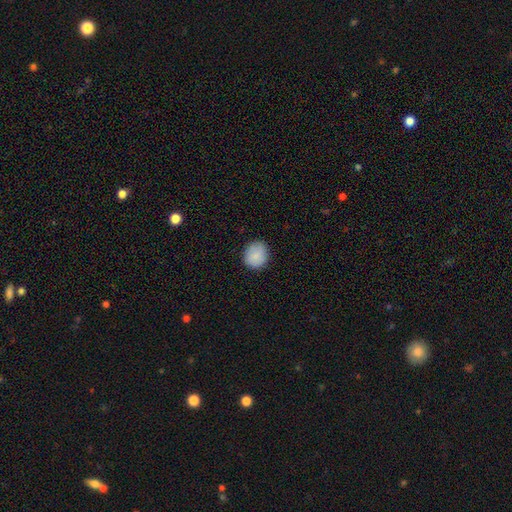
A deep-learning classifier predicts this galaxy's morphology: smooth_or_featured: smooth (p=0.89) [alt: star or artifact p=0.07]
how_rounded: round (p=0.81) [alt: in between p=0.18]
merging: none (p=0.88) [alt: minor disturbance p=0.09]